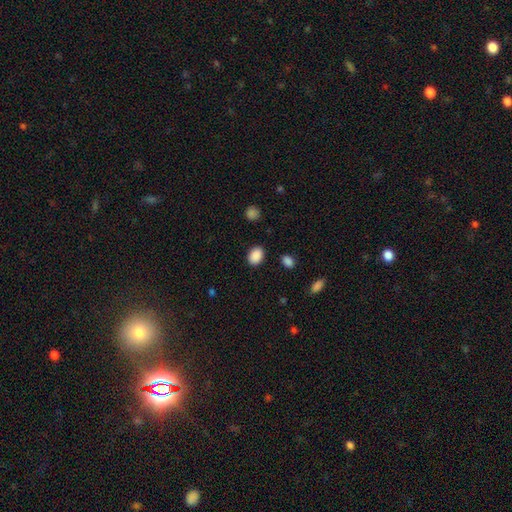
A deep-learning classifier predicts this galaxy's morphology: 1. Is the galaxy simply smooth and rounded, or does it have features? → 89% smooth, 8% star or artifact, 3% featured or disk.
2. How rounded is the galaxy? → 72% in between, 27% round, 1% cigar-shaped.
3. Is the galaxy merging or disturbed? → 88% none, 8% minor disturbance, 3% major disturbance, 2% merger.